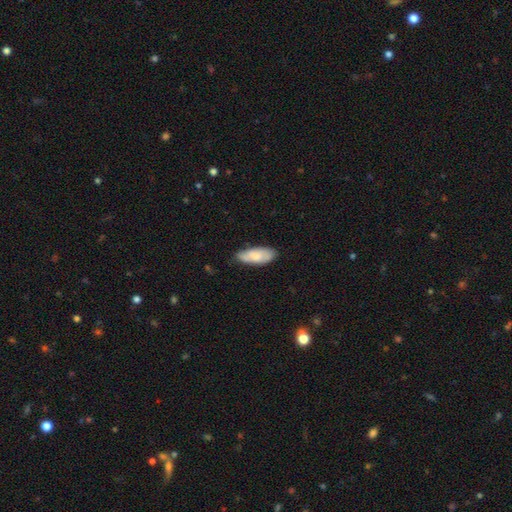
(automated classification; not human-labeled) Overall: smooth (75%). How rounded: in between (79%). Merging: none (69%).